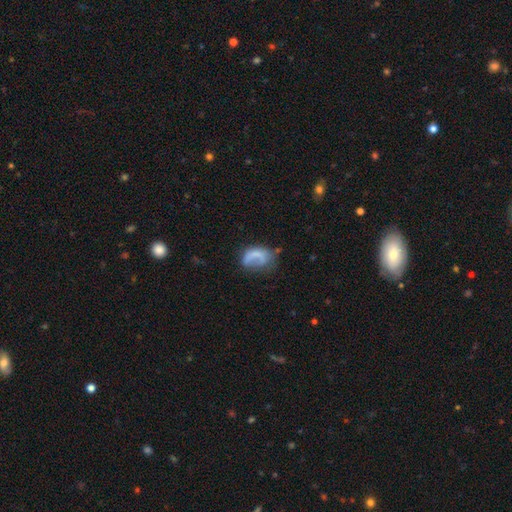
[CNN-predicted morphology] smooth_or_featured: smooth (p=0.55) [alt: featured or disk p=0.35]
how_rounded: in between (p=0.76) [alt: round p=0.21]
merging: major disturbance (p=0.37) [alt: none p=0.32]